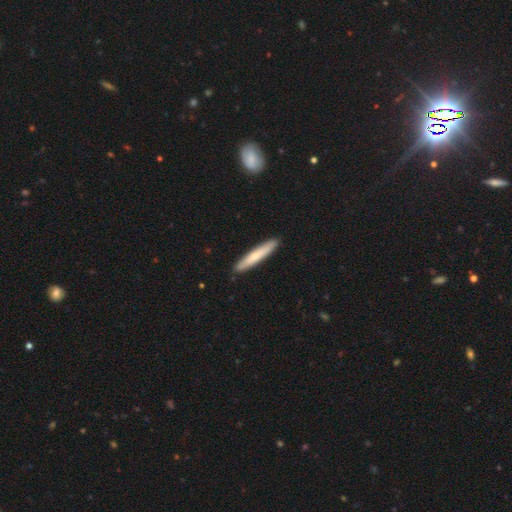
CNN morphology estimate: smooth 66%, featured or disk 30%, star or artifact 5%. Down the decision tree: how rounded — cigar-shaped (93%); merging — none (91%).